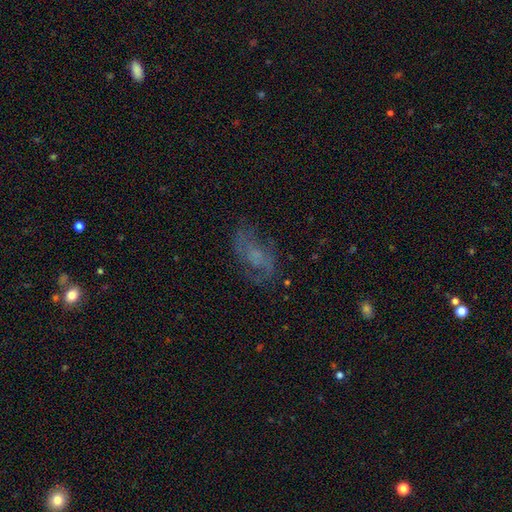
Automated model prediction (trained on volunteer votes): A featured or disk galaxy (58%) with no bar (67%), spiral arms (77%) and no central bulge (39%). Merging: none (63%).